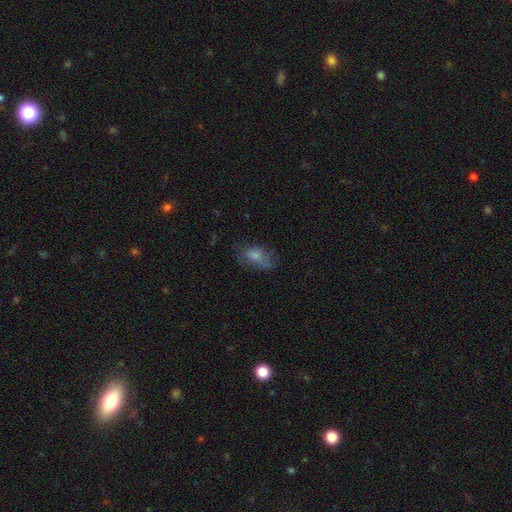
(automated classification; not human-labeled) This appears to be a smooth galaxy with no disk features (72%) that is in between round and cigar-shaped (87%). Merging: none (51%).